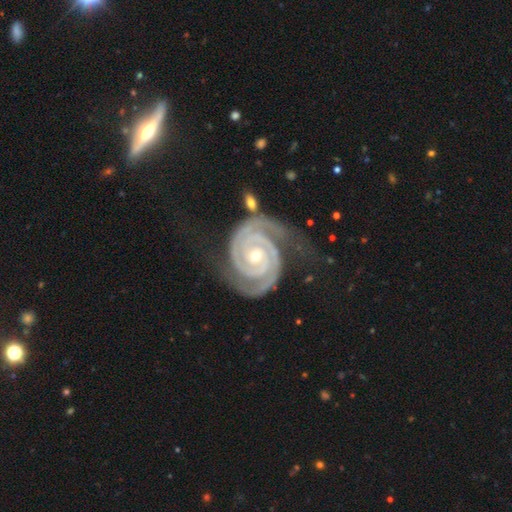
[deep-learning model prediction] Smooth or featured?
  - featured or disk: 93% *
  - star or artifact: 4%
  - smooth: 2%
Edge-on disk?
  - no: 98% *
  - yes: 2%
Bar?
  - no: 69% *
  - weak: 18%
  - strong: 13%
Spiral arms?
  - yes: 99% *
  - no: 1%
Spiral winding?
  - tight: 83% *
  - medium: 14%
  - loose: 2%
Spiral arm count?
  - 2: 86% *
  - 3: 6%
  - can't tell: 3%
  - 4: 2%
  - 1: 2%
  - more than 4: 2%
Bulge size?
  - small: 63% *
  - moderate: 35%
  - large: 1%
  - none: 1%
  - dominant: 1%
Merging?
  - none: 69% *
  - minor disturbance: 18%
  - major disturbance: 9%
  - merger: 4%